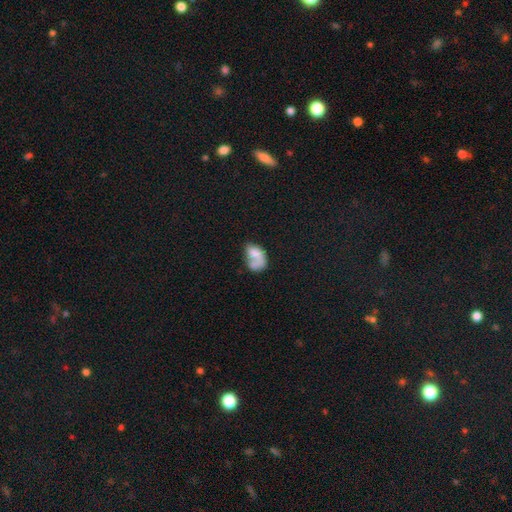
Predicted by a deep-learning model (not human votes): Smooth or featured? Predicted: smooth (p=0.63). How rounded? Predicted: in between (p=0.85). Merging? Predicted: merger (p=0.36).